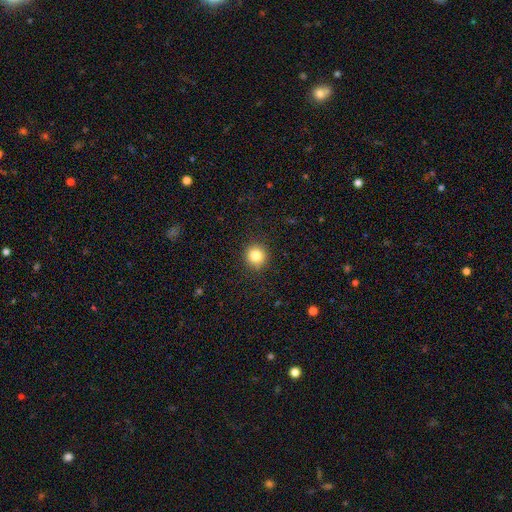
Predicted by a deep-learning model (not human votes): Smooth or featured: smooth — 83% (star or artifact — 11%)
How rounded: round — 93% (in between — 6%)
Merging: none — 89% (minor disturbance — 7%)